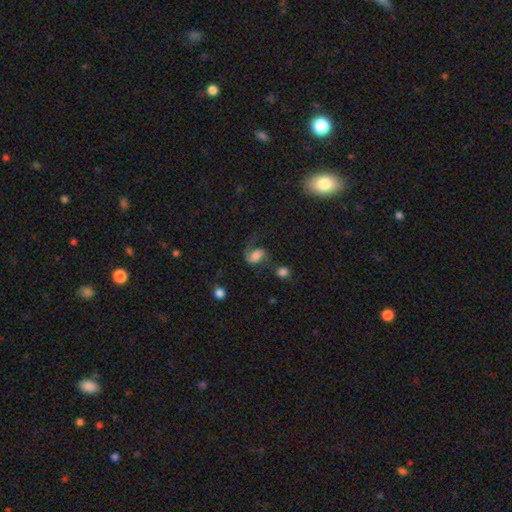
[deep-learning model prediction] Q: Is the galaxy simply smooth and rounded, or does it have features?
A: featured or disk — 54%.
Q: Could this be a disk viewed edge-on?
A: no — 97%.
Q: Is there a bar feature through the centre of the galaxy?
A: no — 42%.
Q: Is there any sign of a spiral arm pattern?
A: yes — 88%.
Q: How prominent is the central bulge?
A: large — 31%.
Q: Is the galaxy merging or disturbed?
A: none — 40%.